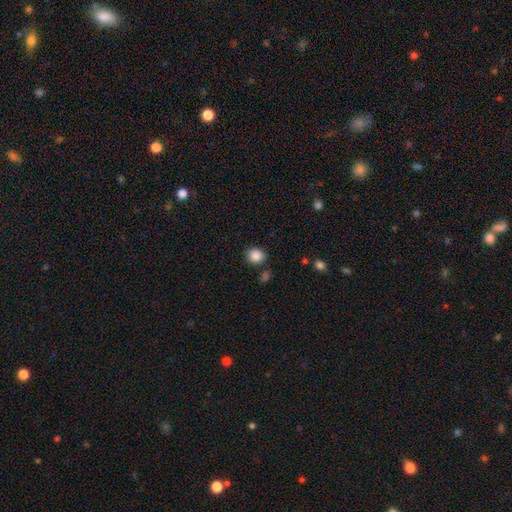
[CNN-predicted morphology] A smooth galaxy with no disk features (87%) that is round (73%). Merging: none (82%).